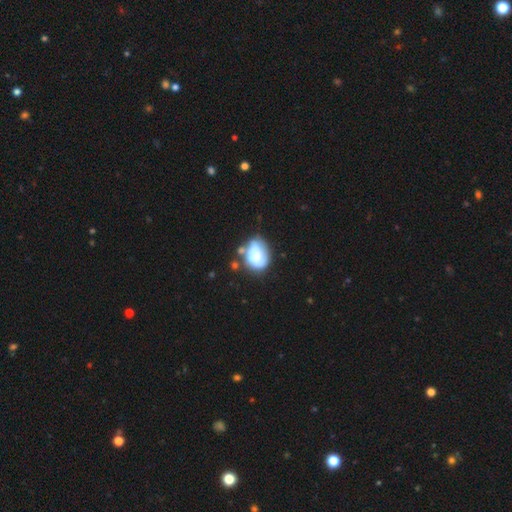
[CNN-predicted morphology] Smooth or featured? featured or disk (48%)
Merging? none (48%)